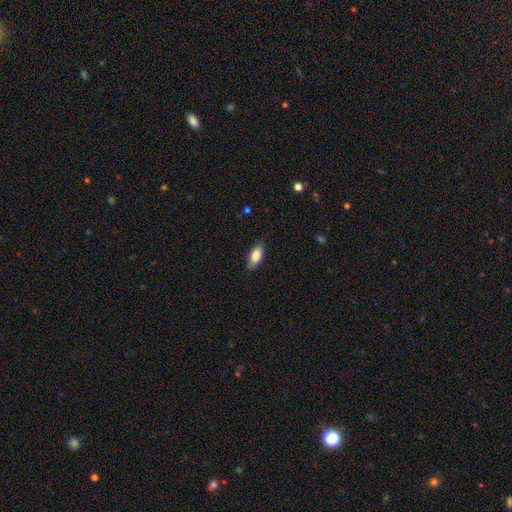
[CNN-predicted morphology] smooth 82%, featured or disk 12%, star or artifact 6%. Down the decision tree: how rounded — in between (79%); merging — none (83%).